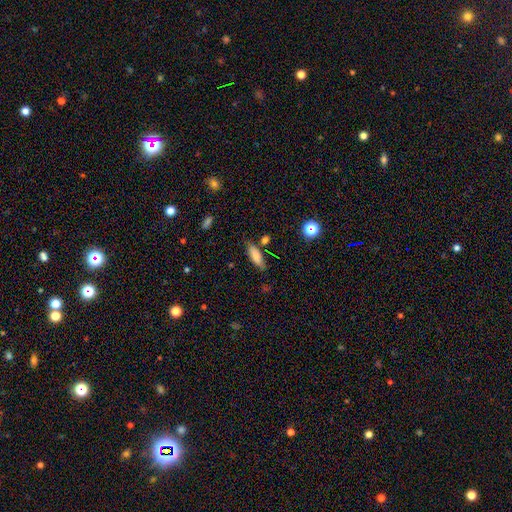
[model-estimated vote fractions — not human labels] This is clearly a smooth galaxy (80%). How rounded: possibly in between (54%). Merging: likely none (77%).